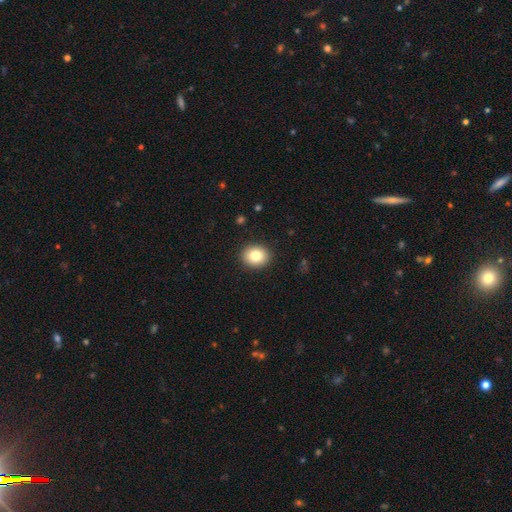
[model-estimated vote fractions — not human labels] Overall: smooth (81%). How rounded: round (65%; in between 34%). Merging: none (91%).